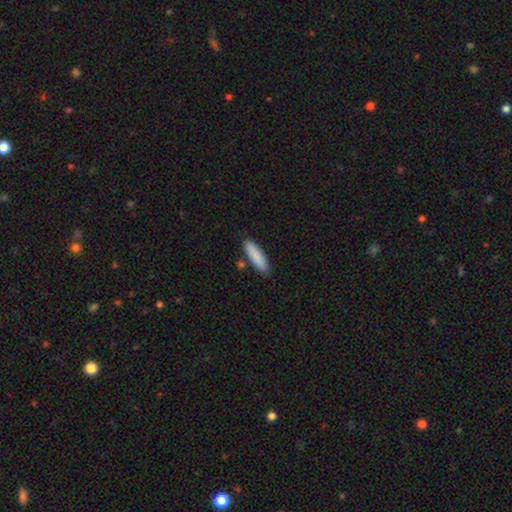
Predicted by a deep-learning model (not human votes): smooth-or-featured: smooth: 87% | featured or disk: 7% | star or artifact: 6%
  how-rounded: cigar-shaped: 69% | in between: 30% | round: 1%
  merging: none: 84% | minor disturbance: 10% | merger: 5% | major disturbance: 2%